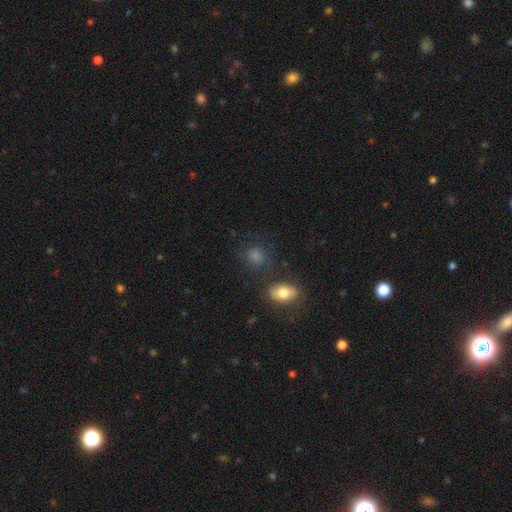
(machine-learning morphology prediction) Smooth or featured: smooth — 66% (star or artifact — 20%)
How rounded: round — 62% (in between — 35%)
Merging: none — 70% (minor disturbance — 14%)